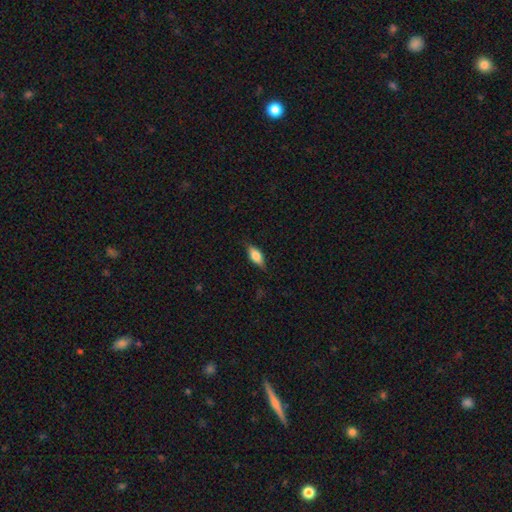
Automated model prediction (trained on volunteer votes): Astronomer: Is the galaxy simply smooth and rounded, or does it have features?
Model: smooth — 69%.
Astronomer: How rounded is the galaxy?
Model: in between — 79%.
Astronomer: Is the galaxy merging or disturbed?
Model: none — 80%.